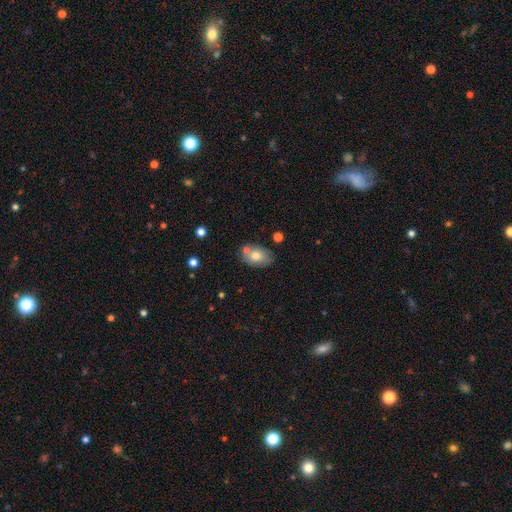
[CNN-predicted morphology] A smooth galaxy with no disk features (73%) that is in between round and cigar-shaped (85%).

Vote fractions:
- Smooth or featured? smooth: 73% / featured or disk: 19% / star or artifact: 8%
- How rounded? in between: 85% / round: 13% / cigar-shaped: 1%
- Merging? none: 67% / minor disturbance: 15% / merger: 14% / major disturbance: 3%